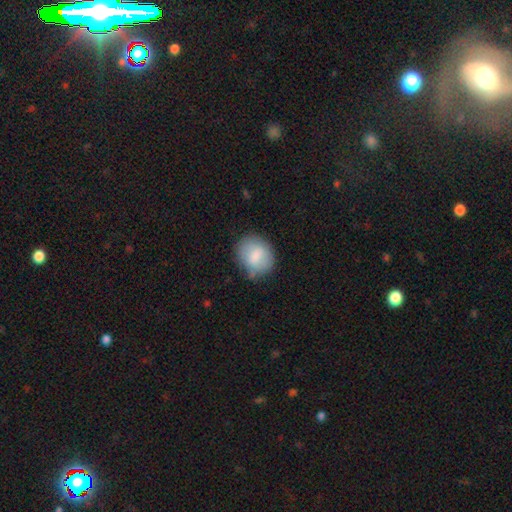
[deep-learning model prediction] smooth 77%, featured or disk 16%, star or artifact 7%. Down the decision tree: how rounded — round (59%); merging — none (69%).